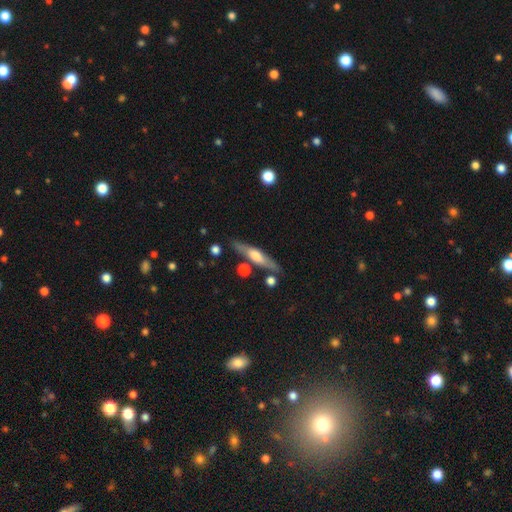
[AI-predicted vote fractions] Morphology: type=featured or disk (57%); edge-on=yes (91%); edge-on bulge=rounded (78%); merging=none (80%).